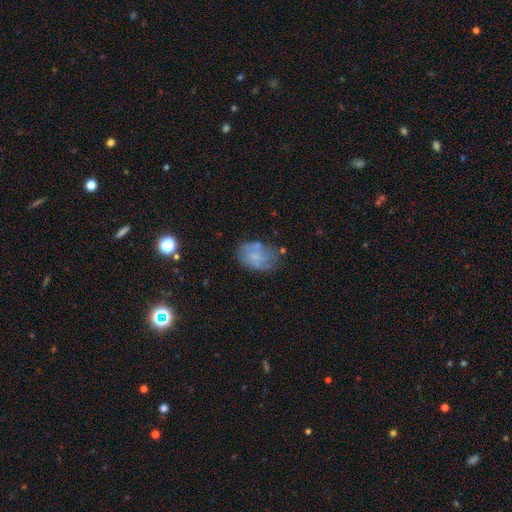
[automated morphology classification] Smooth or featured? Predicted: smooth (p=0.50). How rounded? Predicted: in between (p=0.81). Merging? Predicted: none (p=0.52).